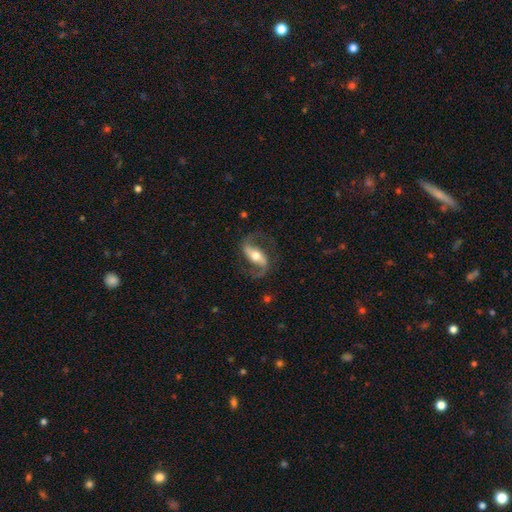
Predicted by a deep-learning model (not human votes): A featured or disk galaxy (88%) with a strong bar (54%), 2 (93%) loose (50%) spiral arms (96%) and a moderate central bulge (68%). Merging: none (78%).